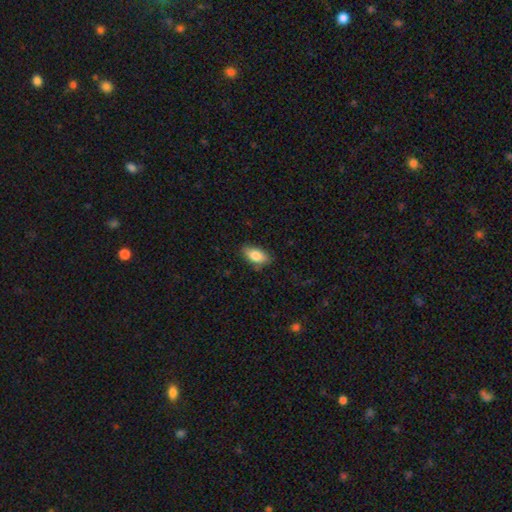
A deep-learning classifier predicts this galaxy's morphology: smooth-or-featured: smooth: 82% | featured or disk: 10% | star or artifact: 7%
  how-rounded: in between: 89% | cigar-shaped: 7% | round: 4%
  merging: none: 80% | minor disturbance: 15% | major disturbance: 3% | merger: 1%